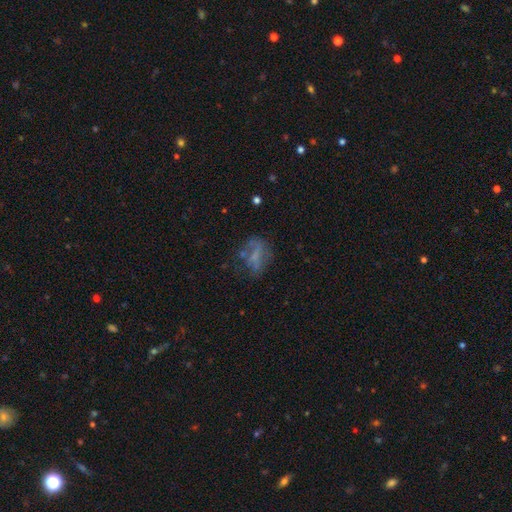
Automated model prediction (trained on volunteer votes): Smooth or featured? Predicted: smooth (p=0.43). Merging? Predicted: none (p=0.45).